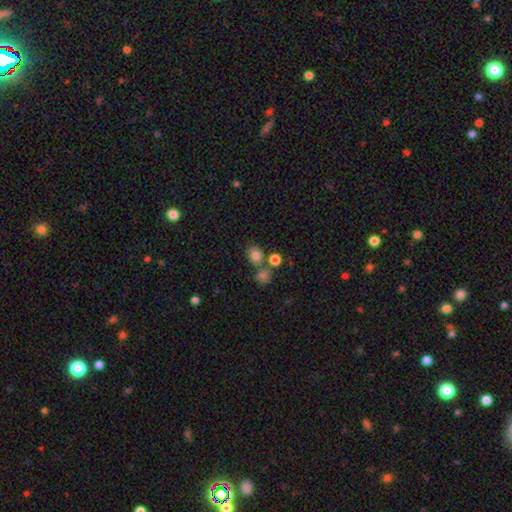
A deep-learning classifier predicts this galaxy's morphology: type=smooth (78%); roundness=round (62%); merging=none (60%).